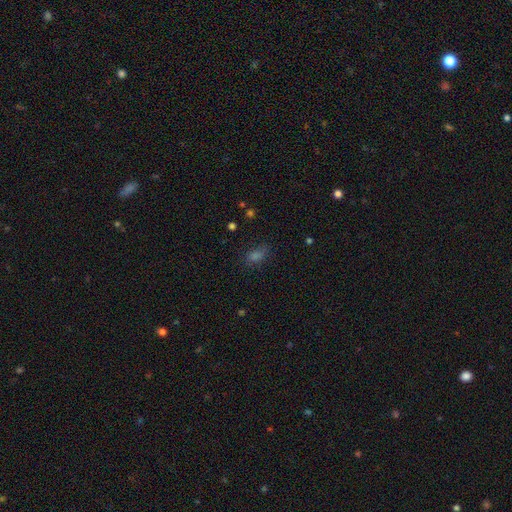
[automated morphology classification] This is likely a smooth galaxy (64%). How rounded: clearly in between (81%). Merging: likely none (75%).